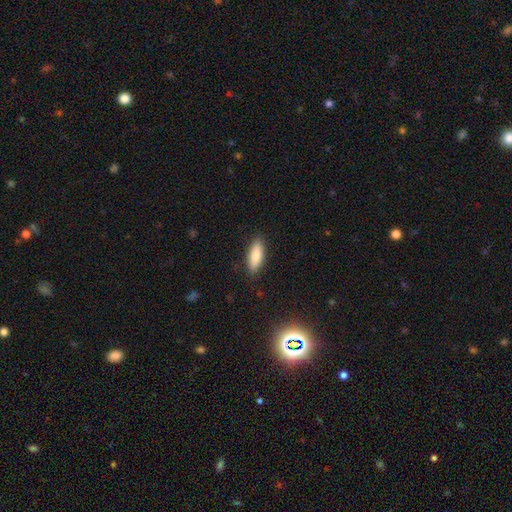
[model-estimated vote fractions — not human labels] Smooth or featured: smooth — 84% (featured or disk — 10%)
How rounded: in between — 71% (cigar-shaped — 27%)
Merging: none — 88% (minor disturbance — 9%)